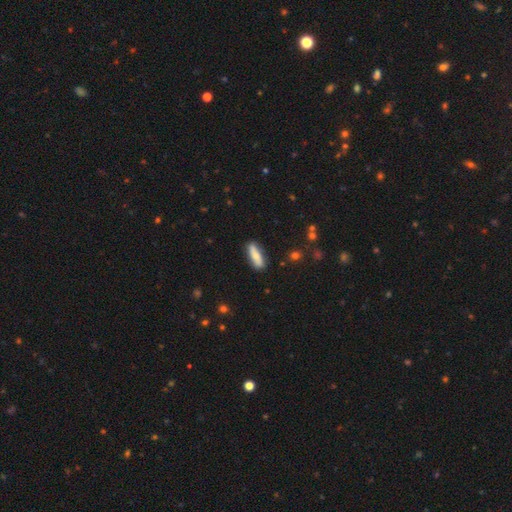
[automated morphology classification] Smooth or featured: smooth — 68% (featured or disk — 26%)
How rounded: cigar-shaped — 55% (in between — 42%)
Merging: none — 85% (minor disturbance — 11%)